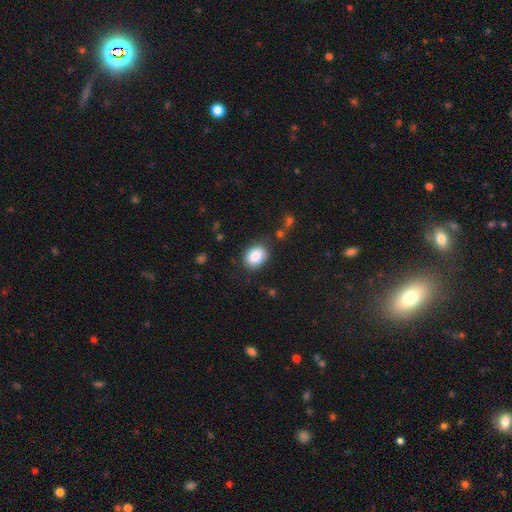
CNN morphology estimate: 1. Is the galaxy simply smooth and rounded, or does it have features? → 88% smooth, 8% star or artifact, 5% featured or disk.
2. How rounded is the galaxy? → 63% in between, 36% round, 1% cigar-shaped.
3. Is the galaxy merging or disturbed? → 81% none, 13% minor disturbance, 4% major disturbance, 2% merger.